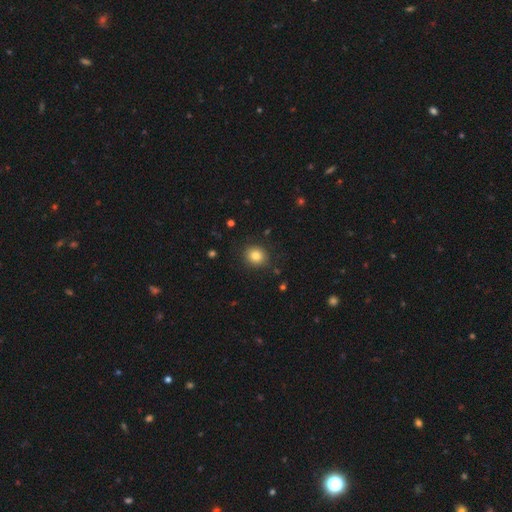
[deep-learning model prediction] Q: Smooth or featured?
A: smooth (84%); runner-up: star or artifact (11%)
Q: How rounded?
A: round (79%); runner-up: in between (20%)
Q: Merging?
A: none (88%); runner-up: minor disturbance (8%)